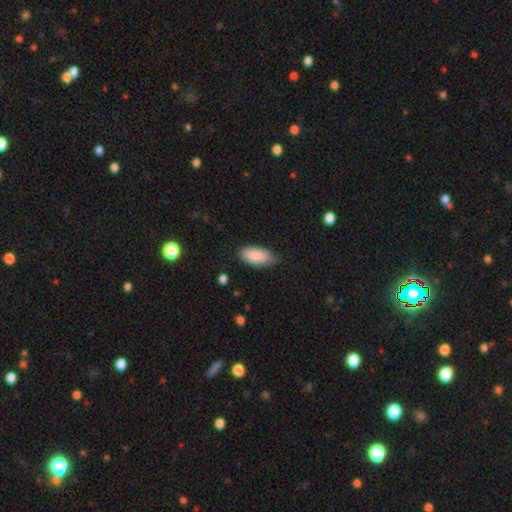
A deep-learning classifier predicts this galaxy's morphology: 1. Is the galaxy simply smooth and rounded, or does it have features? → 88% smooth, 6% star or artifact, 6% featured or disk.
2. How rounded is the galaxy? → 90% in between, 8% cigar-shaped, 2% round.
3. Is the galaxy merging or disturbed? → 69% none, 26% minor disturbance, 4% major disturbance, 1% merger.